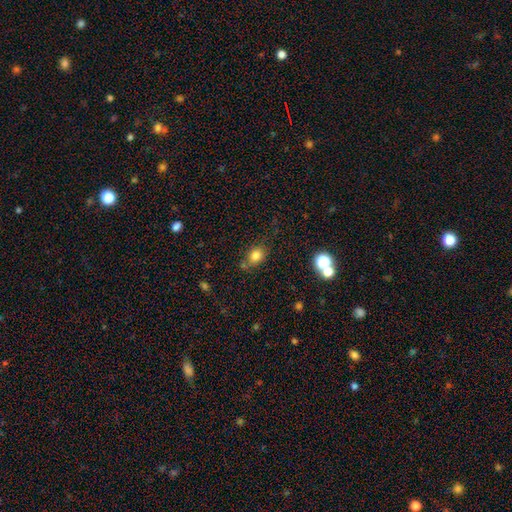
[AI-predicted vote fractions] Smooth or featured: smooth — 81% (star or artifact — 12%)
How rounded: round — 50% (in between — 49%)
Merging: none — 65% (minor disturbance — 19%)